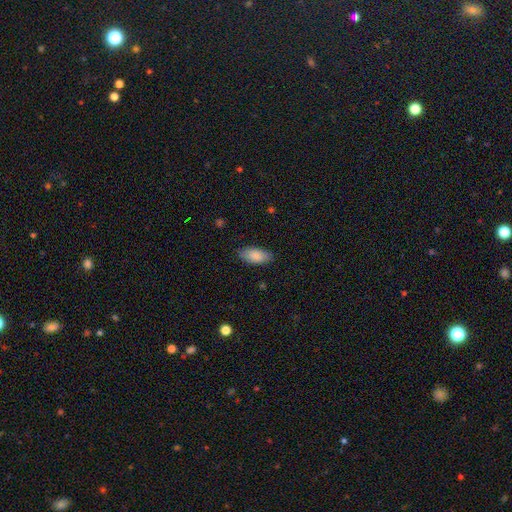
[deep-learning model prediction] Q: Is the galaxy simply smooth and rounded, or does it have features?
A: smooth — 84%.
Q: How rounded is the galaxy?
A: in between — 90%.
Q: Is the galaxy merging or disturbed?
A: none — 82%.